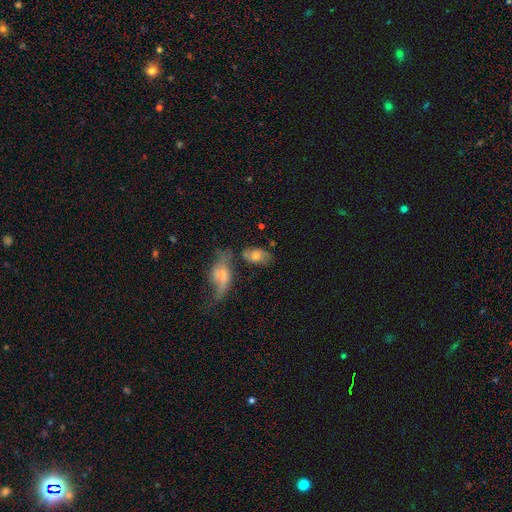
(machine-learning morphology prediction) smooth 54%, featured or disk 36%, star or artifact 10%. Down the decision tree: how rounded — in between (85%); merging — none (46%).